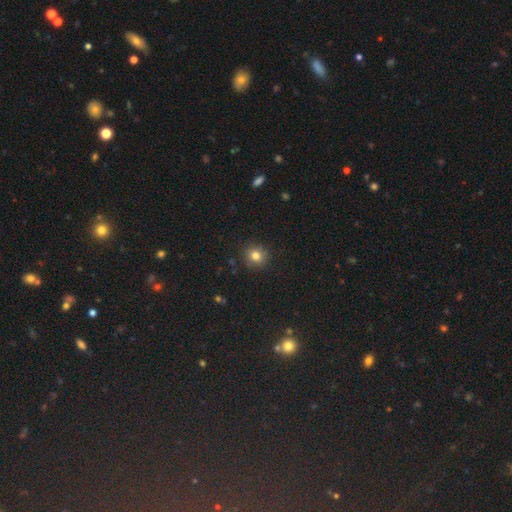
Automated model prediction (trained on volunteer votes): smooth 80%, star or artifact 14%, featured or disk 7%. Down the decision tree: how rounded — round (89%); merging — none (90%).